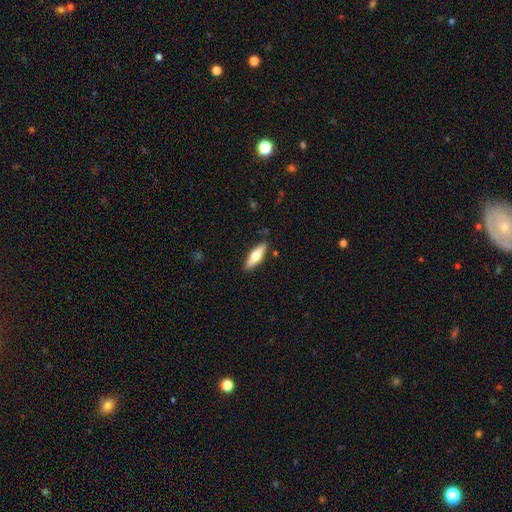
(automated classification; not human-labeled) Morphology: type=smooth (59%); roundness=cigar-shaped (53%); merging=none (87%).